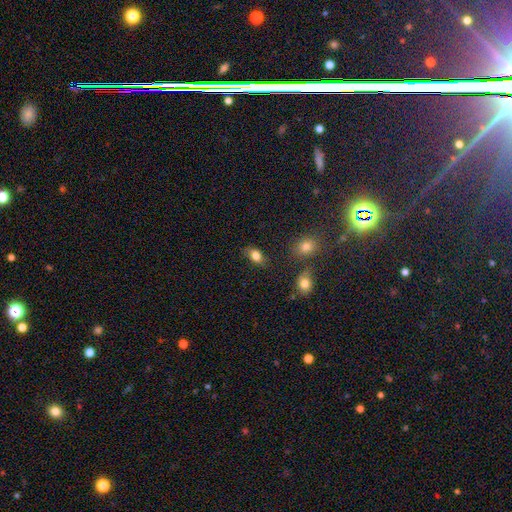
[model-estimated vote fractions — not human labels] smooth-or-featured: smooth: 82% | star or artifact: 9% | featured or disk: 9%
  how-rounded: in between: 83% | round: 14% | cigar-shaped: 3%
  merging: none: 75% | minor disturbance: 17% | major disturbance: 4% | merger: 4%